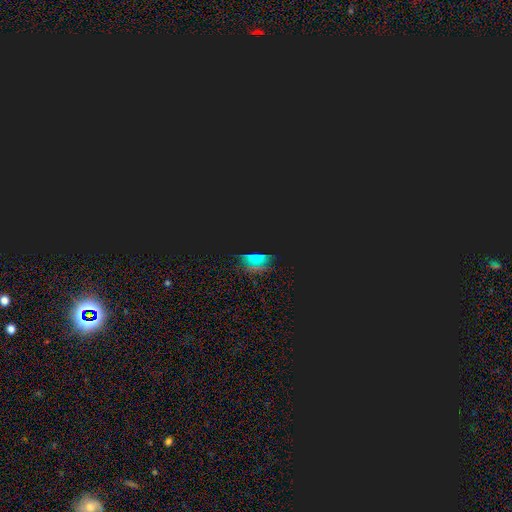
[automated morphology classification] This appears to be a star or artifact, not a galaxy (67%).